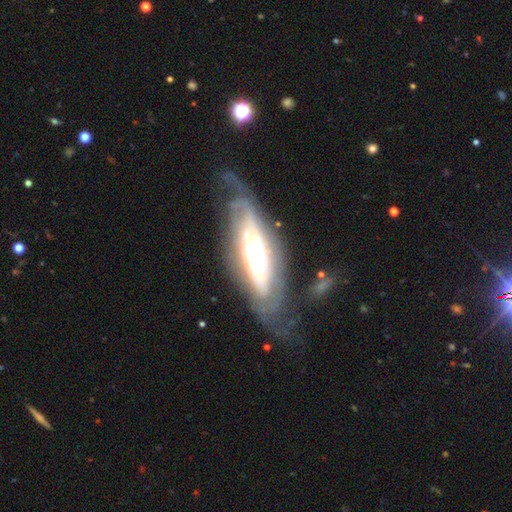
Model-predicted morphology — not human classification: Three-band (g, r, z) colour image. It shows a featured or disk galaxy (77%) with no bar (66%), spiral arms (68%) and a large central bulge (46%). Merging: none (46%).